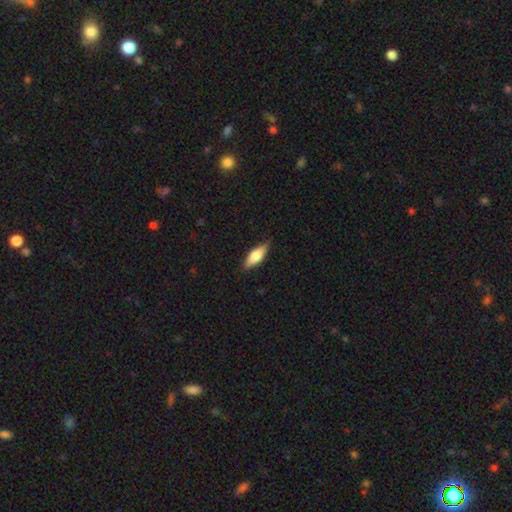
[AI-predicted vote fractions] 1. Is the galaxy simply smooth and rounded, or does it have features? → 70% smooth, 25% featured or disk, 6% star or artifact.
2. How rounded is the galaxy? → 67% in between, 31% cigar-shaped, 2% round.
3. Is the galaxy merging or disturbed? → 86% none, 11% minor disturbance, 2% major disturbance, 1% merger.